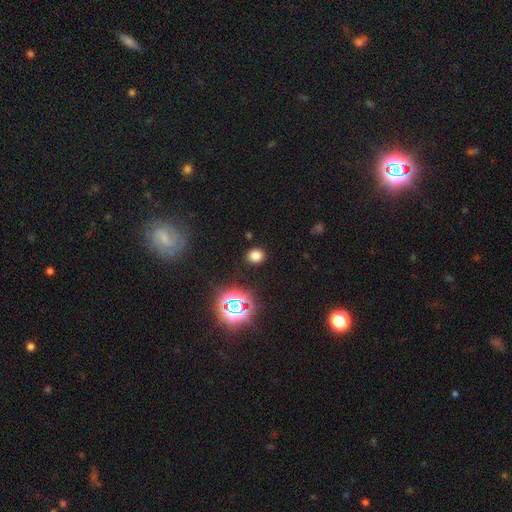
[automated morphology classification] smooth-or-featured: smooth: 72% | star or artifact: 23% | featured or disk: 6%
  how-rounded: round: 67% | in between: 32% | cigar-shaped: 1%
  merging: none: 89% | minor disturbance: 7% | major disturbance: 3% | merger: 2%